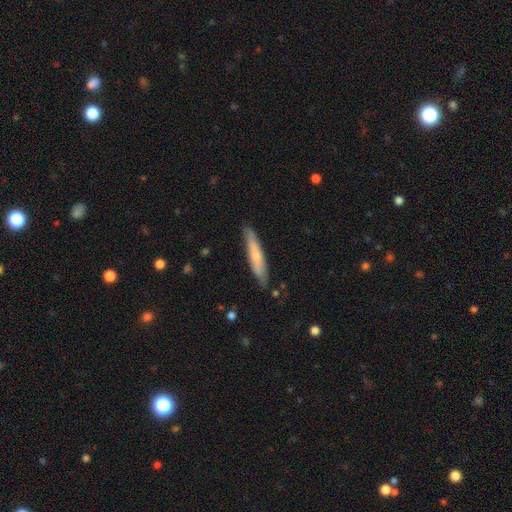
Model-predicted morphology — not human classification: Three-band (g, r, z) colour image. It shows a smooth galaxy with no disk features (59%) that is cigar-shaped (90%). Merging: none (84%).